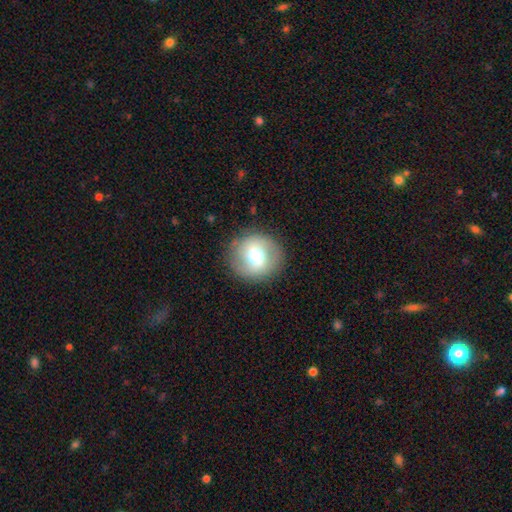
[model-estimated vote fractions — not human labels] Smooth or featured? smooth (60%)
How rounded? round (91%)
Merging? none (86%)